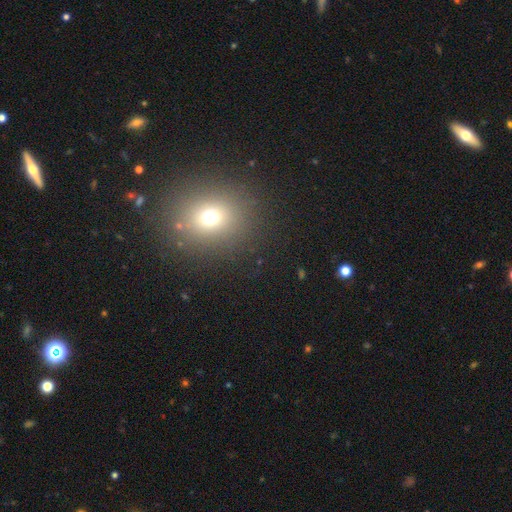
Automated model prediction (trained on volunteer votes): smooth_or_featured: smooth (p=0.60) [alt: star or artifact p=0.29]
how_rounded: round (p=0.67) [alt: in between p=0.32]
merging: none (p=0.90) [alt: minor disturbance p=0.06]